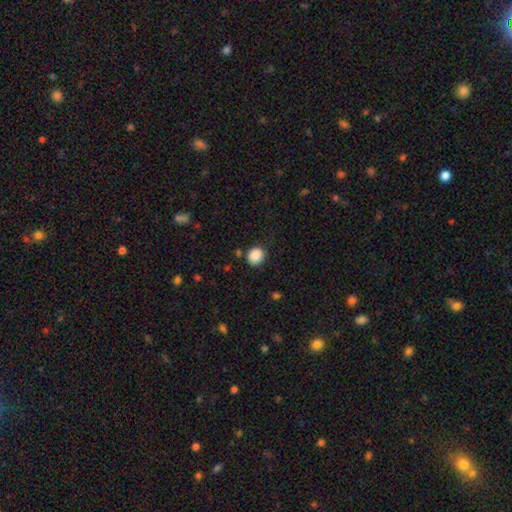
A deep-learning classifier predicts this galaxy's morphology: Overall: smooth (87%). How rounded: round (79%). Merging: none (80%).